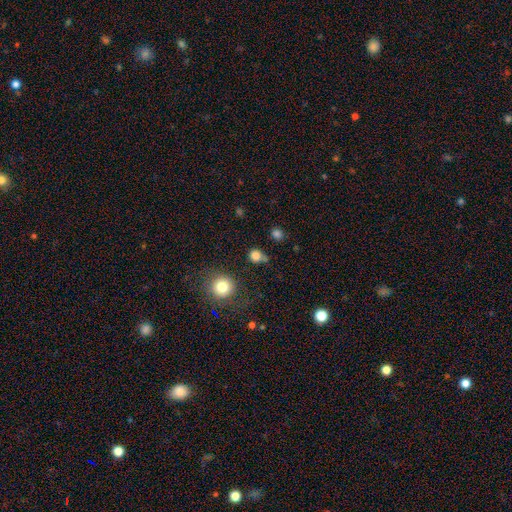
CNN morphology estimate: Smooth or featured? Predicted: smooth (p=0.81). How rounded? Predicted: round (p=0.81). Merging? Predicted: none (p=0.67).